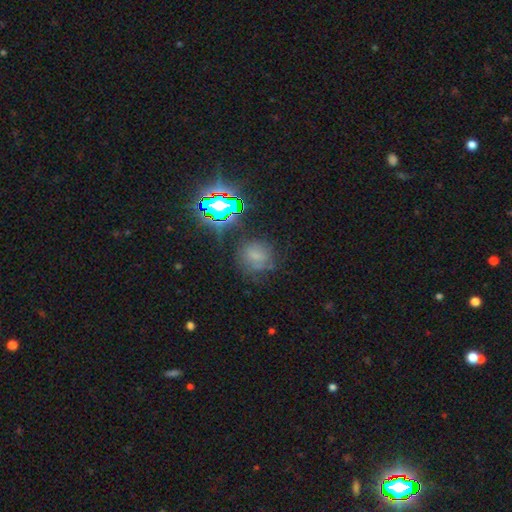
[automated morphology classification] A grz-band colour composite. It shows a smooth galaxy with no disk features (53%) that is round (79%). Merging: none (68%).